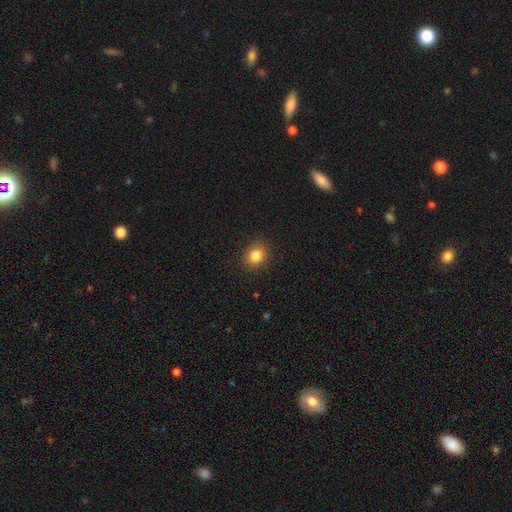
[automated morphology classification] smooth 83%, star or artifact 11%, featured or disk 6%. Down the decision tree: how rounded — round (70%); merging — none (90%).